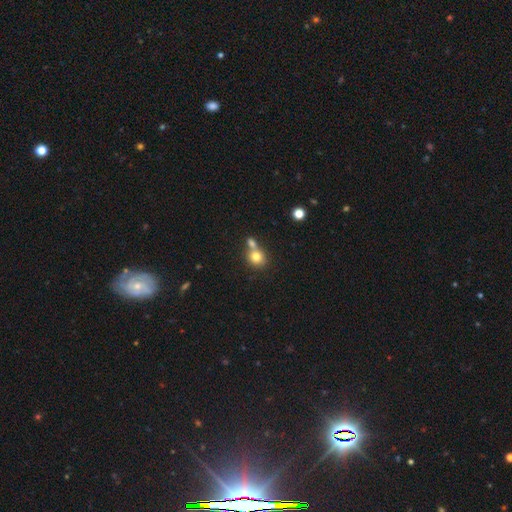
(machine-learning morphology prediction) smooth-or-featured: smooth: 78% | featured or disk: 11% | star or artifact: 10%
  how-rounded: round: 76% | in between: 23% | cigar-shaped: 1%
  merging: merger: 47% | none: 41% | minor disturbance: 8% | major disturbance: 3%